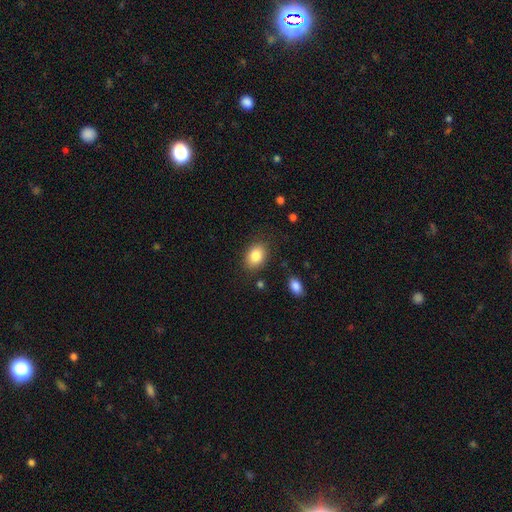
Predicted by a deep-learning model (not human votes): Smooth or featured?
  - smooth: 84% *
  - star or artifact: 8%
  - featured or disk: 8%
How rounded?
  - in between: 72% *
  - round: 27%
  - cigar-shaped: 1%
Merging?
  - none: 83% *
  - minor disturbance: 12%
  - major disturbance: 3%
  - merger: 2%